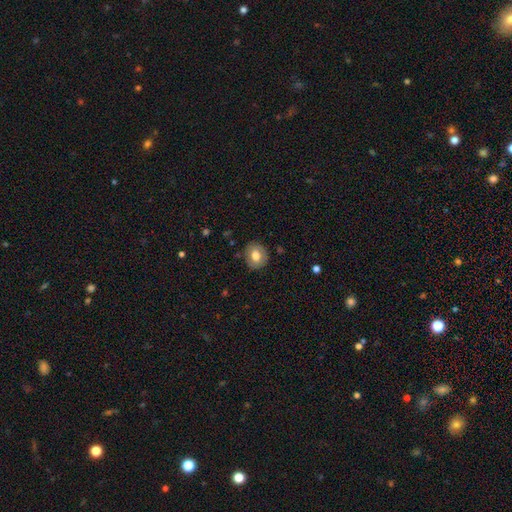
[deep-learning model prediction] Smooth or featured?
  - smooth: 72% *
  - featured or disk: 20%
  - star or artifact: 8%
How rounded?
  - round: 69% *
  - in between: 30%
  - cigar-shaped: 1%
Merging?
  - none: 85% *
  - minor disturbance: 11%
  - major disturbance: 3%
  - merger: 1%